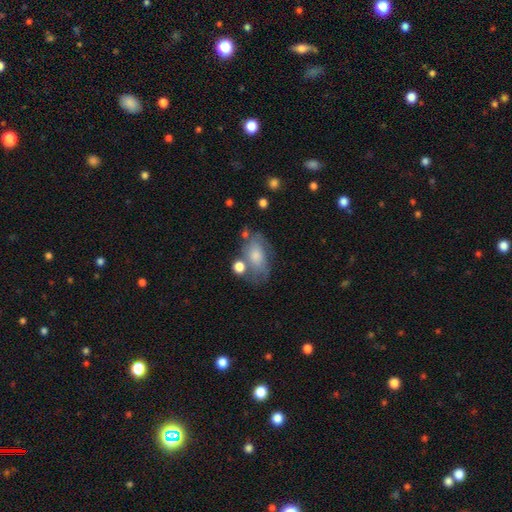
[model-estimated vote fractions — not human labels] Q: Smooth or featured?
A: smooth (63%); runner-up: featured or disk (28%)
Q: How rounded?
A: in between (86%); runner-up: round (12%)
Q: Merging?
A: none (44%); runner-up: minor disturbance (26%)